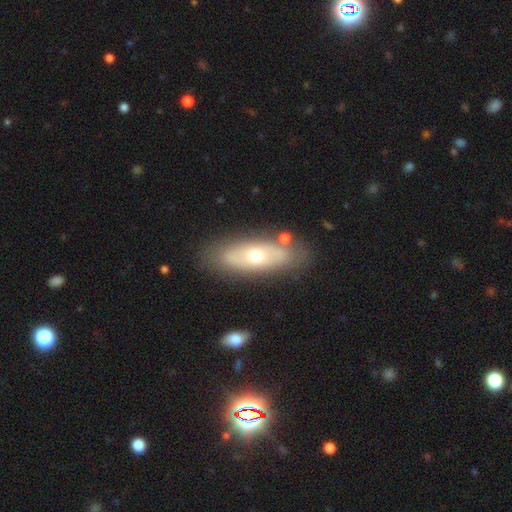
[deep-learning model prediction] Smooth or featured: featured or disk — 49% (smooth — 43%)
Merging: none — 80% (minor disturbance — 12%)